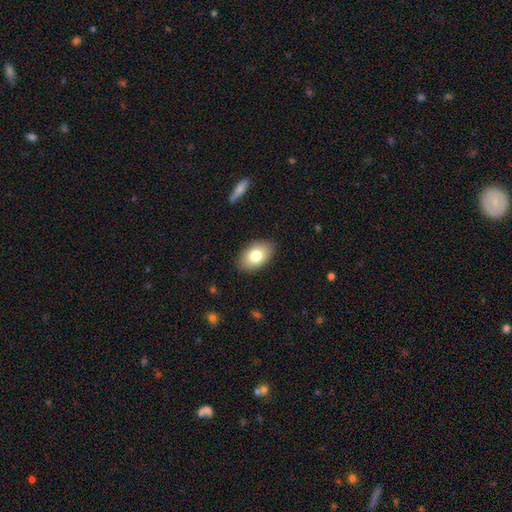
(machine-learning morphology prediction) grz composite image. It shows a smooth galaxy with no disk features (77%) that is in between round and cigar-shaped (89%). Merging: none (85%).